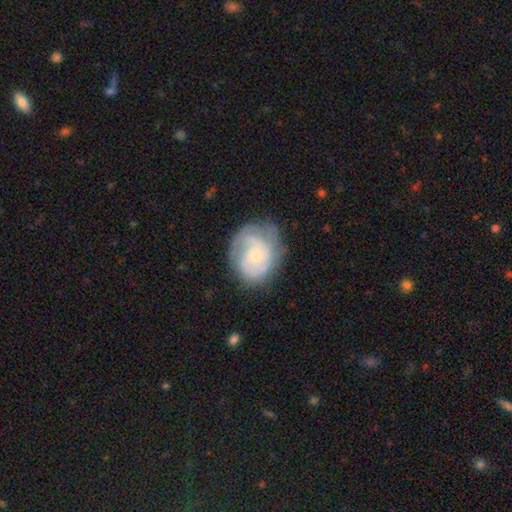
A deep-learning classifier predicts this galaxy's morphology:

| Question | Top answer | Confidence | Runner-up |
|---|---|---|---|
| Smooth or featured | featured or disk | 69% | smooth (24%) |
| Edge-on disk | no | 98% | yes (2%) |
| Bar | no | 75% | weak (22%) |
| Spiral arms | yes | 86% | no (14%) |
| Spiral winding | tight | 49% | medium (37%) |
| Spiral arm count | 2 | 39% | can't tell (31%) |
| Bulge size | small | 68% | moderate (27%) |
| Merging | none | 61% | minor disturbance (24%) |